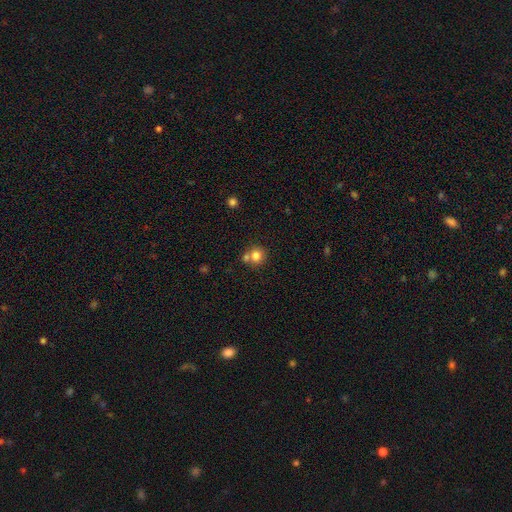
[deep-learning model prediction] A smooth galaxy with no disk features (80%) that is round (89%). Merging: none (58%).